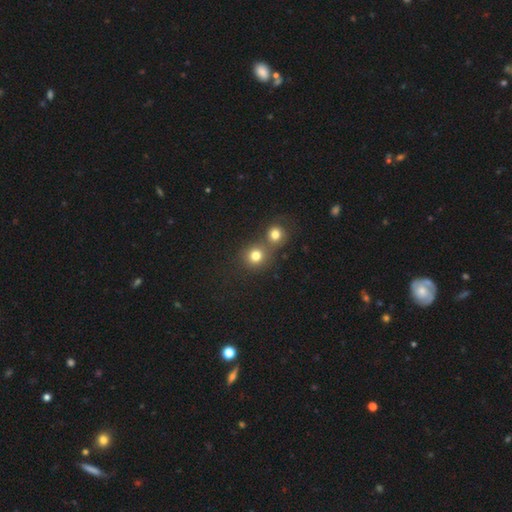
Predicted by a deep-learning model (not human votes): Morphology: type=smooth (79%); roundness=round (89%); merging=none (53%).